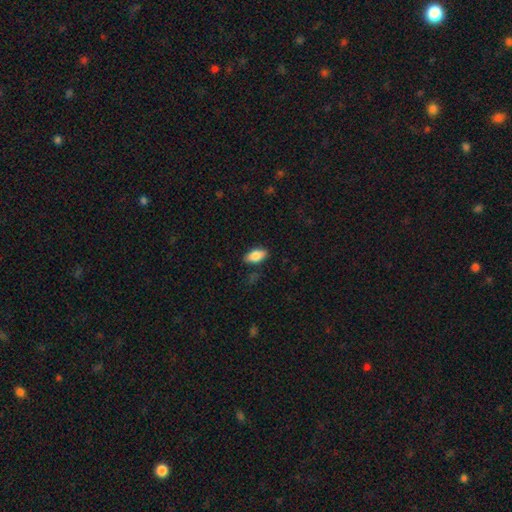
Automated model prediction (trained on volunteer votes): smooth_or_featured: smooth (p=0.83) [alt: featured or disk p=0.10]
how_rounded: in between (p=0.90) [alt: cigar-shaped p=0.07]
merging: none (p=0.84) [alt: minor disturbance p=0.12]